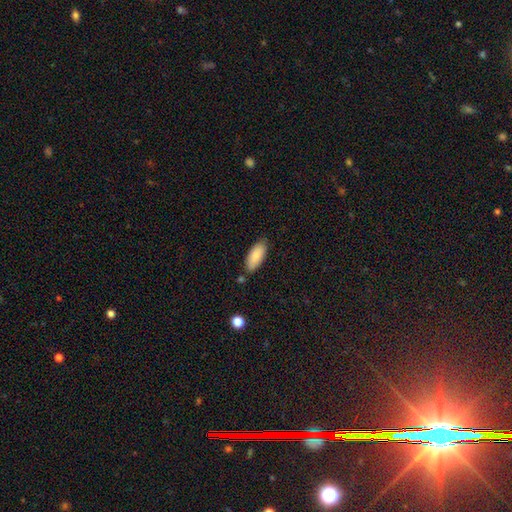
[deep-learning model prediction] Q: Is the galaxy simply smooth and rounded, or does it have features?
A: smooth — 85%.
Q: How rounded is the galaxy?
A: in between — 86%.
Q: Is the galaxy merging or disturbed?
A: none — 81%.